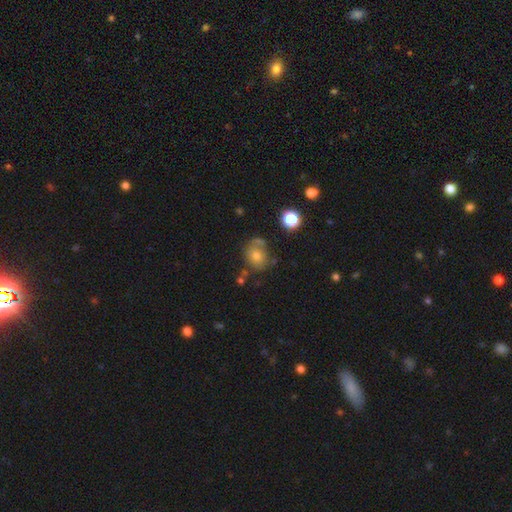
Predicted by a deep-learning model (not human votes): Smooth or featured? smooth (65%)
How rounded? round (68%)
Merging? none (57%)